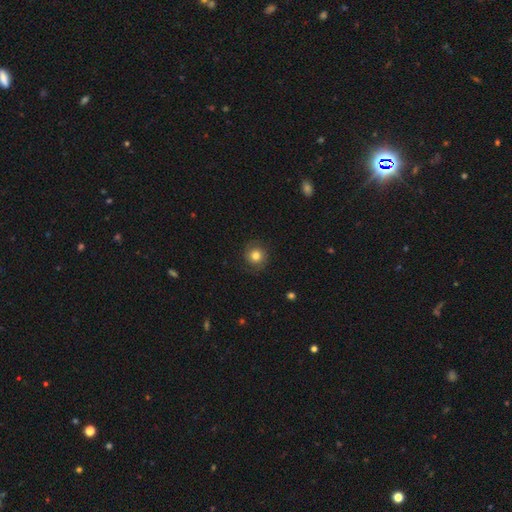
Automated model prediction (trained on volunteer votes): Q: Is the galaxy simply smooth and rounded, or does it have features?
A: smooth — 69%.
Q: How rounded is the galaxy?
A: round — 91%.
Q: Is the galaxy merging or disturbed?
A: none — 83%.